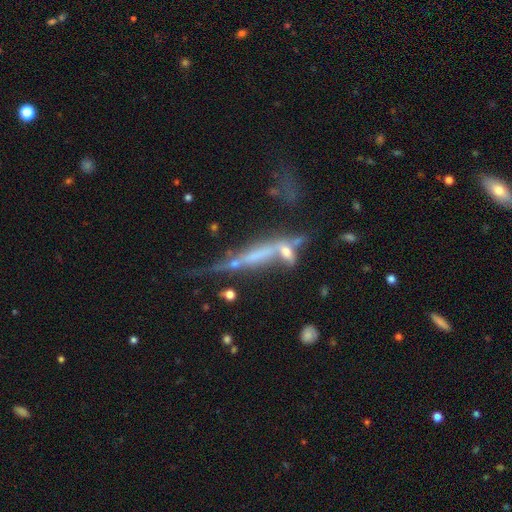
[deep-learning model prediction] Q: Smooth or featured?
A: featured or disk (56%); runner-up: smooth (30%)
Q: Edge-on disk?
A: yes (70%); runner-up: no (30%)
Q: Merging?
A: merger (36%); runner-up: none (32%)